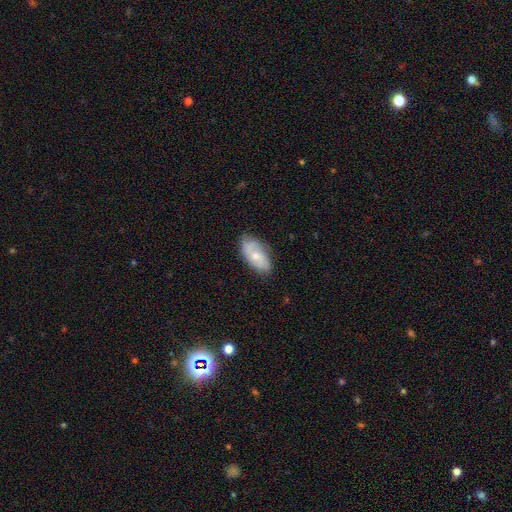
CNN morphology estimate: This appears to be a smooth galaxy with no disk features (51%) that is in between round and cigar-shaped (91%). Merging: none (71%).